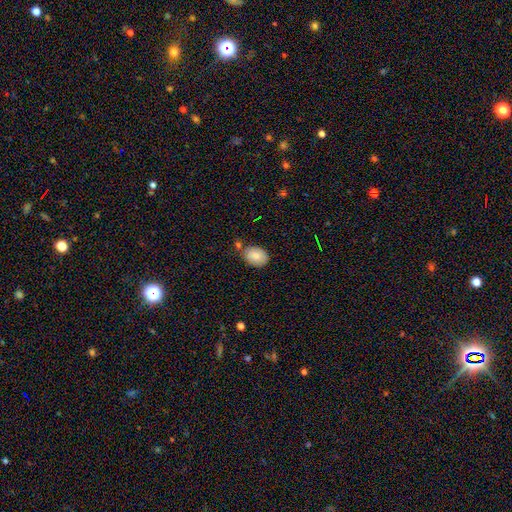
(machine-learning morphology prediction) Overall: smooth (86%). How rounded: in between (78%). Merging: none (70%).